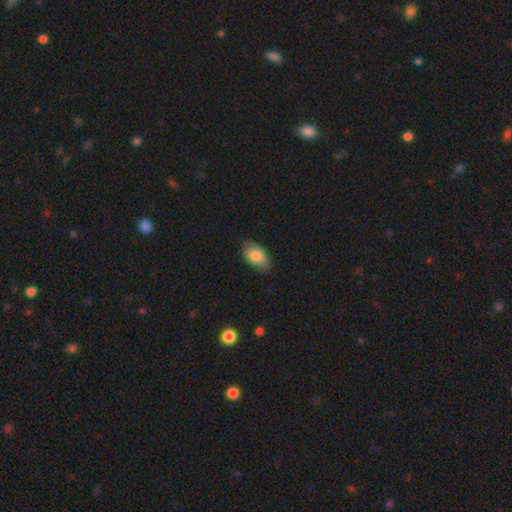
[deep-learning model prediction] Smooth or featured? Predicted: smooth (p=0.81). How rounded? Predicted: in between (p=0.92). Merging? Predicted: none (p=0.75).